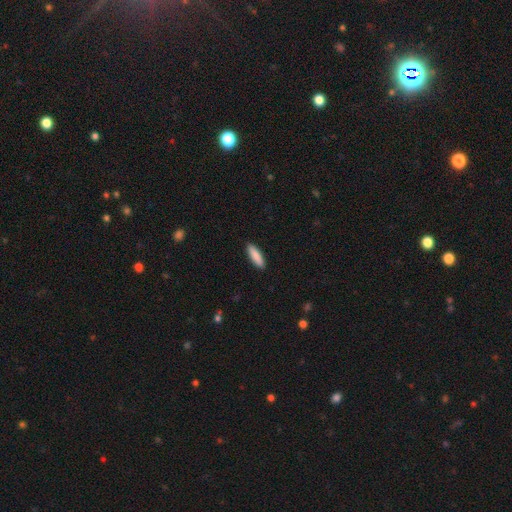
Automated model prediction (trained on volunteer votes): This appears to be a smooth galaxy with no disk features (88%) that is cigar-shaped (61%). Merging: none (91%).